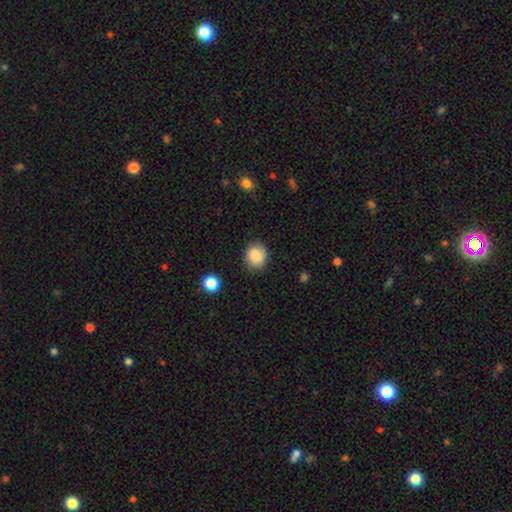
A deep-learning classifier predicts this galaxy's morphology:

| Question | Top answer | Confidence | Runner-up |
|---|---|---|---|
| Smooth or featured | smooth | 80% | featured or disk (12%) |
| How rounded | round | 57% | in between (42%) |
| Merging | none | 76% | minor disturbance (18%) |